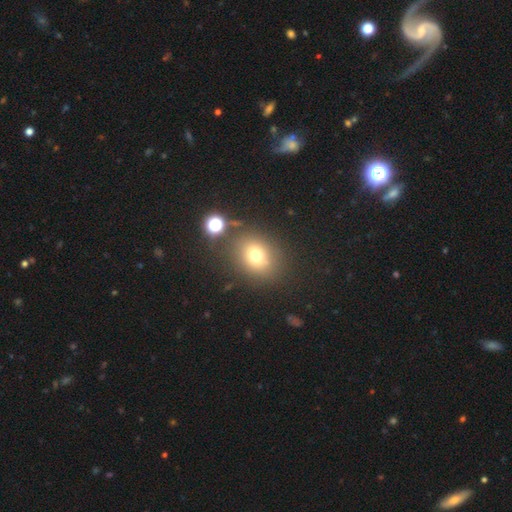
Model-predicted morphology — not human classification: Q: Smooth or featured?
A: smooth (71%); runner-up: star or artifact (17%)
Q: How rounded?
A: round (59%); runner-up: in between (40%)
Q: Merging?
A: none (78%); runner-up: minor disturbance (11%)